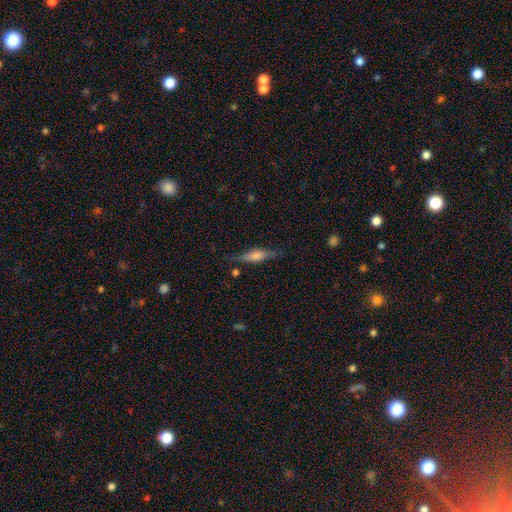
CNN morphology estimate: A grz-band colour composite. It shows a featured or disk galaxy (60%) viewed edge-on (95%) with a rounded central bulge (75%). Merging: none (82%).